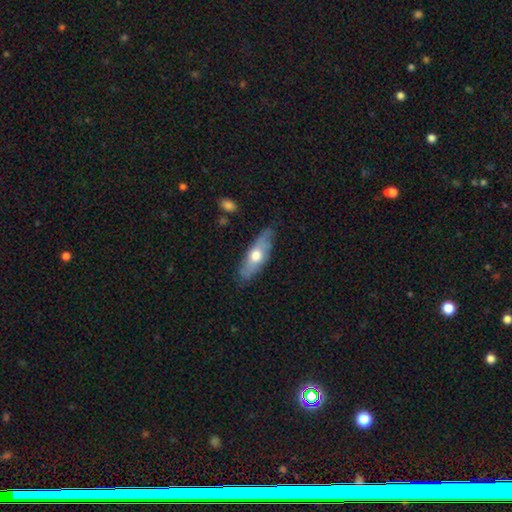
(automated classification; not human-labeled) smooth_or_featured: smooth (p=0.52) [alt: featured or disk p=0.42]
how_rounded: in between (p=0.59) [alt: cigar-shaped p=0.38]
merging: none (p=0.77) [alt: minor disturbance p=0.18]